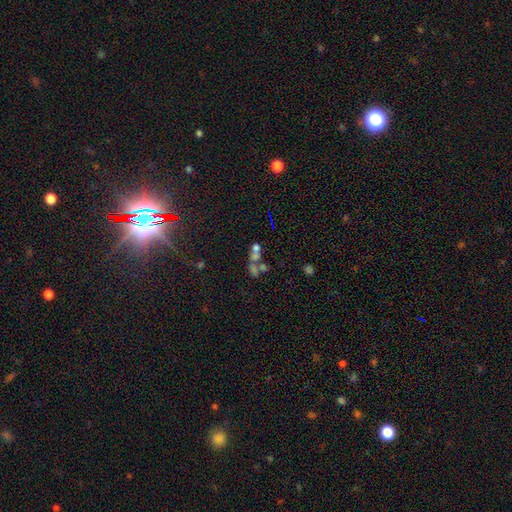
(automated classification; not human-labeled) Morphology: type=smooth (44%); merging=merger (57%).